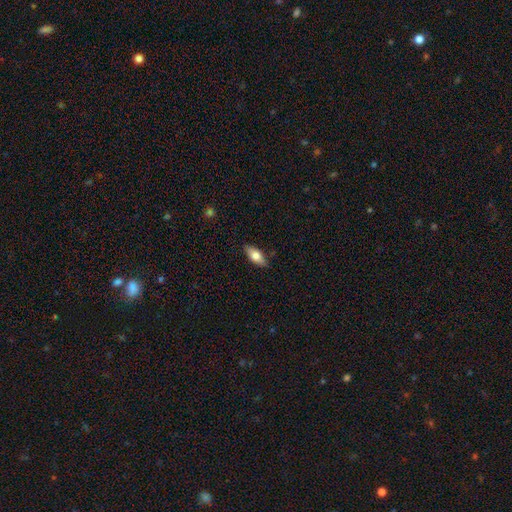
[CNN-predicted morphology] This is likely a smooth galaxy (69%). How rounded: clearly in between (80%). Merging: clearly none (85%).